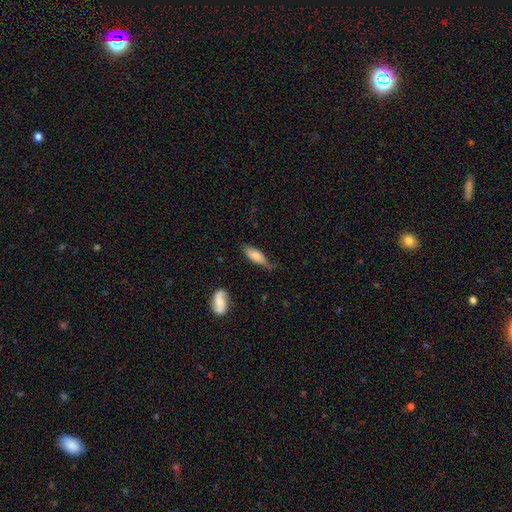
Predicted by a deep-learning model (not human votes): This appears to be a smooth galaxy with no disk features (77%) that is in between round and cigar-shaped (68%). Merging: none (51%).